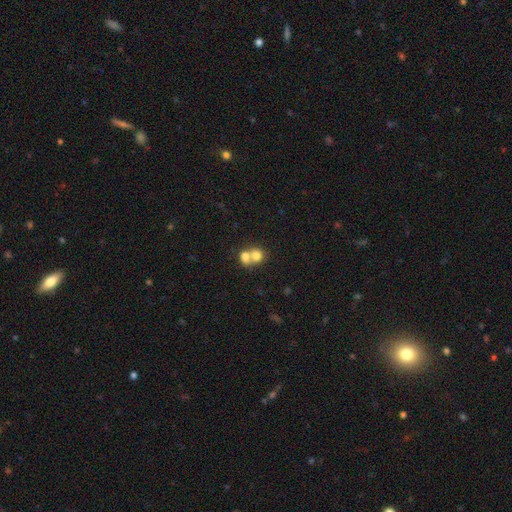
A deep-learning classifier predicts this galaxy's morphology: Q: Smooth or featured?
A: smooth (73%); runner-up: featured or disk (17%)
Q: How rounded?
A: round (70%); runner-up: in between (29%)
Q: Merging?
A: merger (71%); runner-up: none (23%)